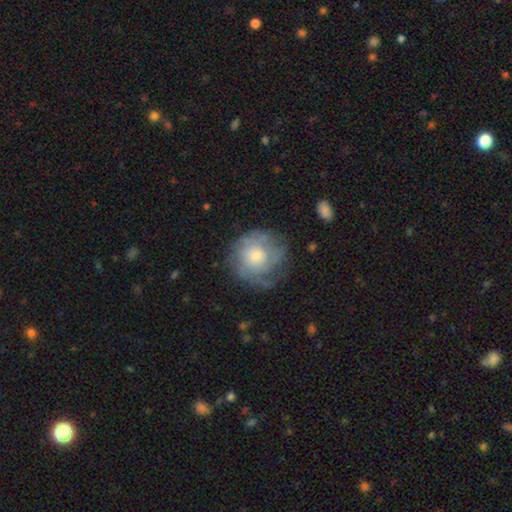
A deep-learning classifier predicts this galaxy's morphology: Q: Smooth or featured?
A: featured or disk (61%); runner-up: smooth (31%)
Q: Edge-on disk?
A: no (97%); runner-up: yes (3%)
Q: Bar?
A: no (81%); runner-up: weak (17%)
Q: Spiral arms?
A: yes (79%); runner-up: no (21%)
Q: Bulge size?
A: small (45%); runner-up: moderate (43%)
Q: Merging?
A: none (67%); runner-up: minor disturbance (20%)